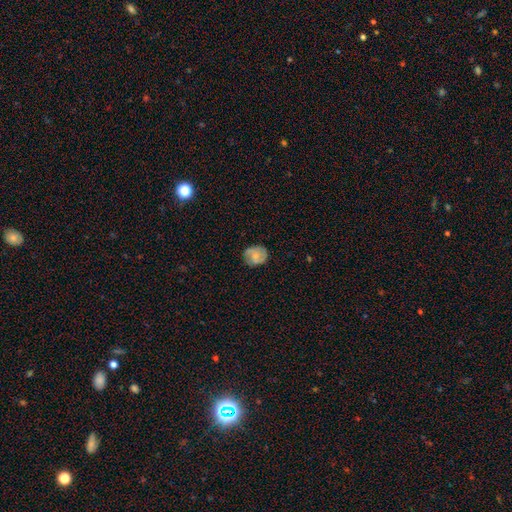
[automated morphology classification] The model was most divided on "smooth or featured": featured or disk: 50%, smooth: 43%, star or artifact: 8%. More confident: merging — none (75%).